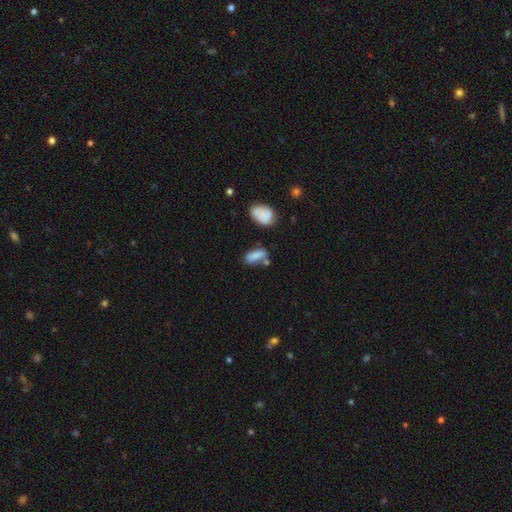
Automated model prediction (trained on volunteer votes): smooth_or_featured: smooth (p=0.74) [alt: featured or disk p=0.16]
how_rounded: in between (p=0.73) [alt: cigar-shaped p=0.23]
merging: none (p=0.50) [alt: minor disturbance p=0.23]